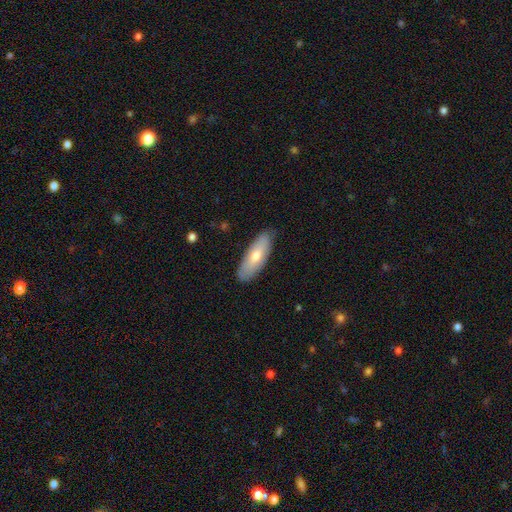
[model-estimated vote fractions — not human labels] This appears to be a smooth galaxy with no disk features (65%) that is in between round and cigar-shaped (67%). Merging: none (85%).